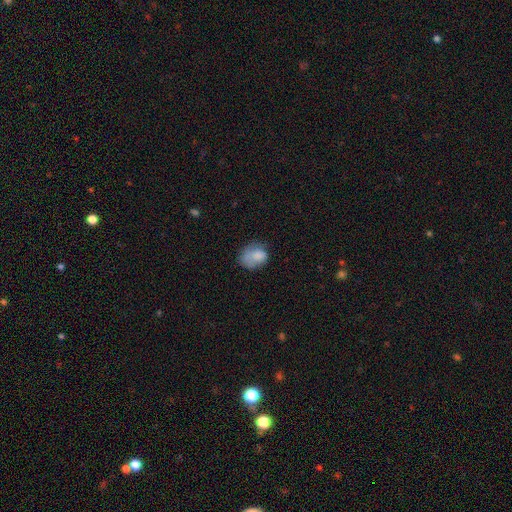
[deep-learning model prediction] Morphology: type=smooth (75%); roundness=in between (61%); merging=none (39%).